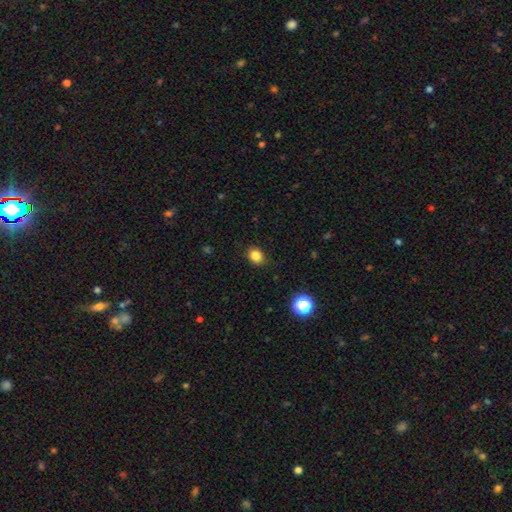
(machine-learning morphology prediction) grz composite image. It shows a smooth galaxy with no disk features (83%) that is round (58%). Merging: none (82%).